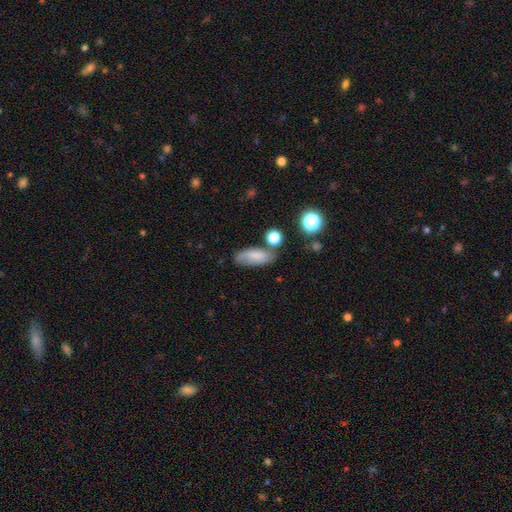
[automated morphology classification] Smooth or featured: smooth — 70% (featured or disk — 21%)
How rounded: in between — 79% (cigar-shaped — 17%)
Merging: none — 61% (minor disturbance — 22%)